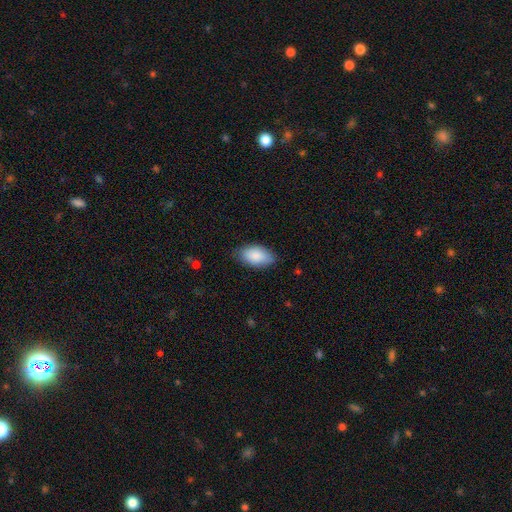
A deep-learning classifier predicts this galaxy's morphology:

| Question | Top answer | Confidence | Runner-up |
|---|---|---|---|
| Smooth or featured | smooth | 87% | featured or disk (6%) |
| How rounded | in between | 94% | round (3%) |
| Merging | none | 79% | minor disturbance (17%) |